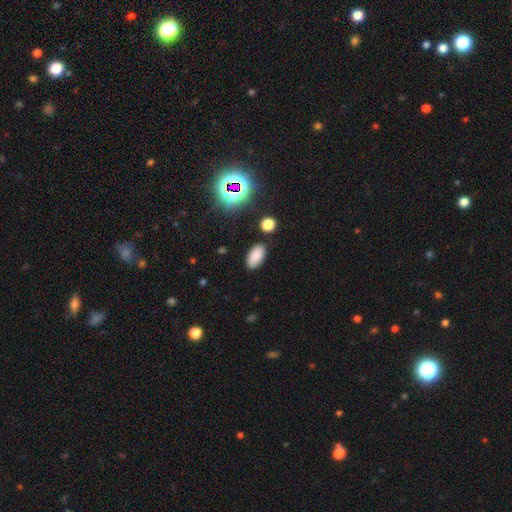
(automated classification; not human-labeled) This is clearly a smooth galaxy (83%). How rounded: clearly in between (94%). Merging: clearly none (86%).